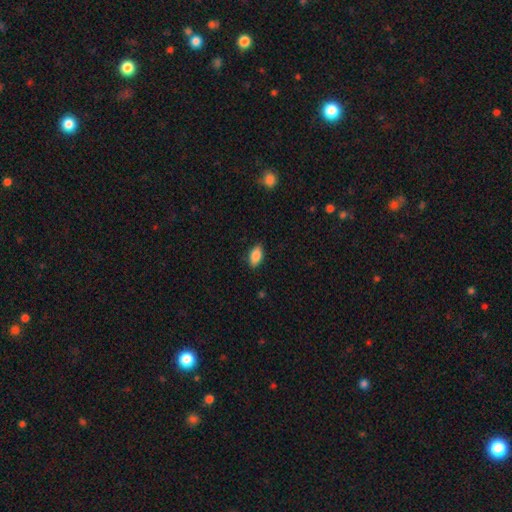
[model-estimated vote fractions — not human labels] This appears to be a smooth galaxy with no disk features (86%) that is in between round and cigar-shaped (91%). Merging: none (86%).